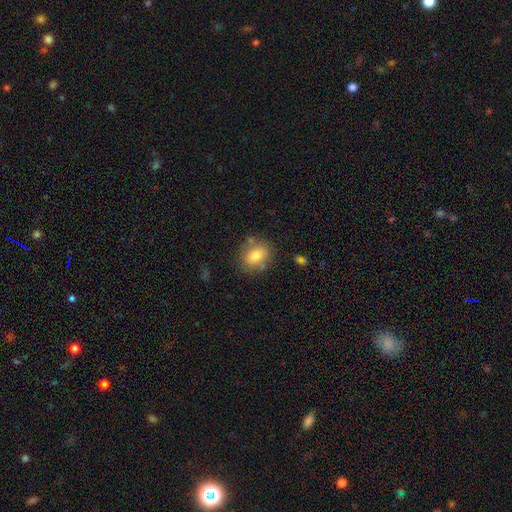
This is clearly a smooth galaxy (84%). How rounded: possibly in between (59%). Merging: clearly none (86%).